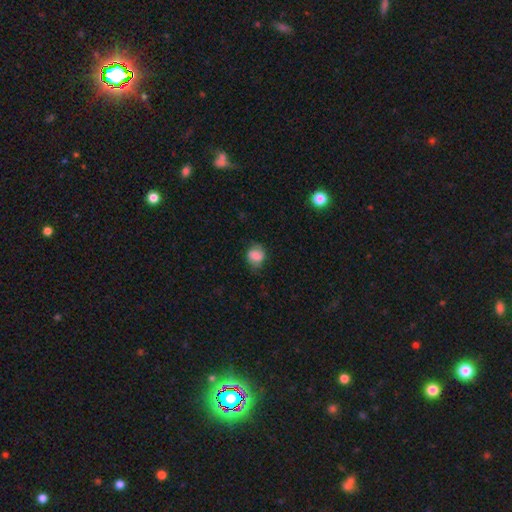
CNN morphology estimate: Smooth or featured? Predicted: smooth (p=0.77). How rounded? Predicted: round (p=0.63). Merging? Predicted: none (p=0.63).